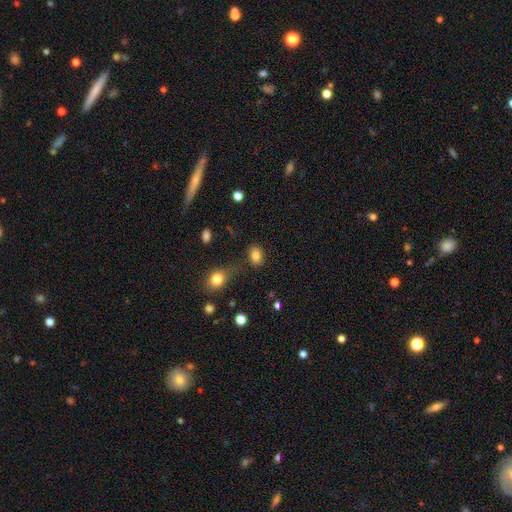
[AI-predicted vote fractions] Overall: smooth (82%). How rounded: in between (76%). Merging: none (72%).